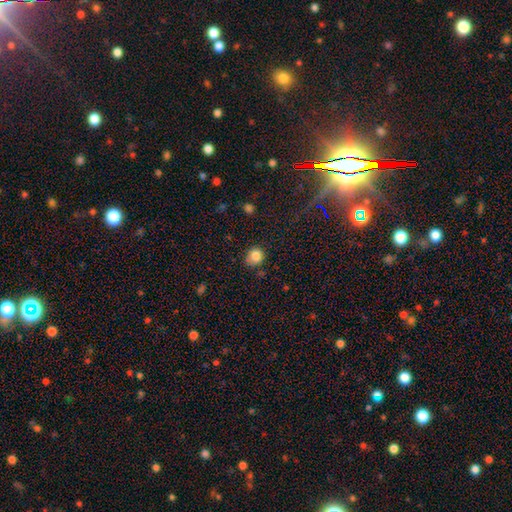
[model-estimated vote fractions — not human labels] Q: Smooth or featured?
A: smooth (84%); runner-up: star or artifact (11%)
Q: How rounded?
A: round (84%); runner-up: in between (15%)
Q: Merging?
A: none (74%); runner-up: minor disturbance (19%)